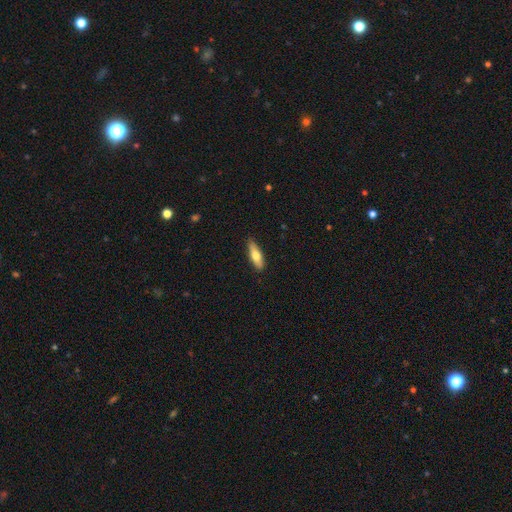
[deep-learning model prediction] Smooth or featured? Predicted: smooth (p=0.68). How rounded? Predicted: cigar-shaped (p=0.51). Merging? Predicted: none (p=0.87).